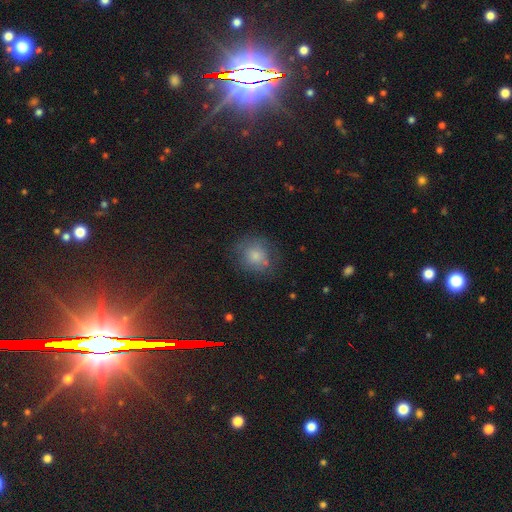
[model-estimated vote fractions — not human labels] Morphology: type=smooth (74%); roundness=round (80%); merging=none (66%).